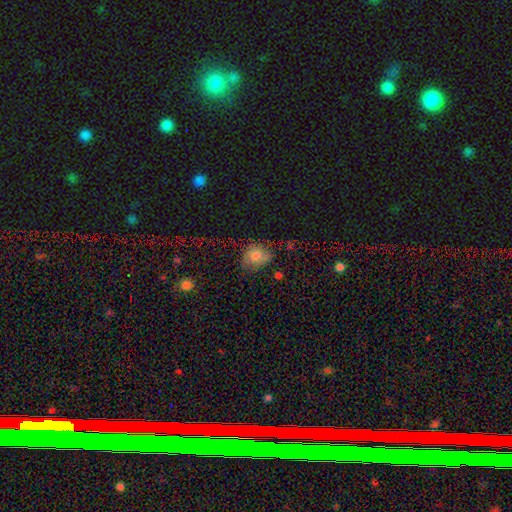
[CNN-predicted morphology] A smooth galaxy with no disk features (72%) that is in between round and cigar-shaped (50%). Merging: none (60%).